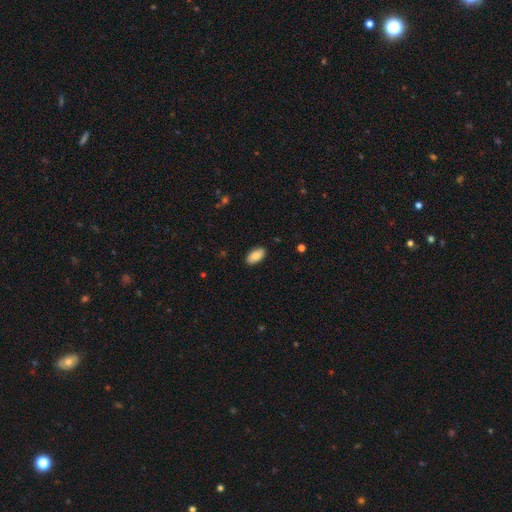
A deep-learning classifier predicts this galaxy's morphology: Overall: smooth (84%). How rounded: in between (94%). Merging: none (88%).